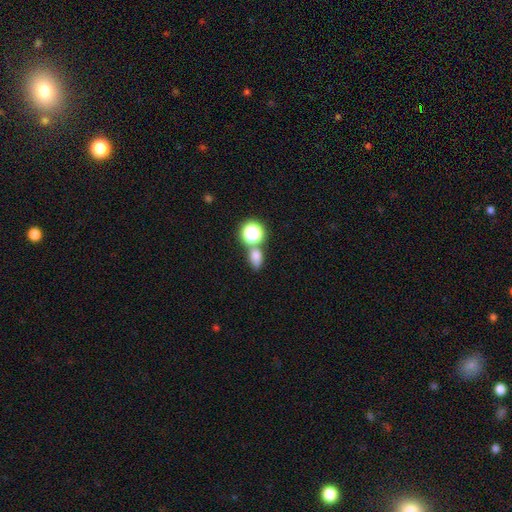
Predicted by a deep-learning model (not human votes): Smooth or featured? smooth (70%)
How rounded? in between (65%)
Merging? none (55%)